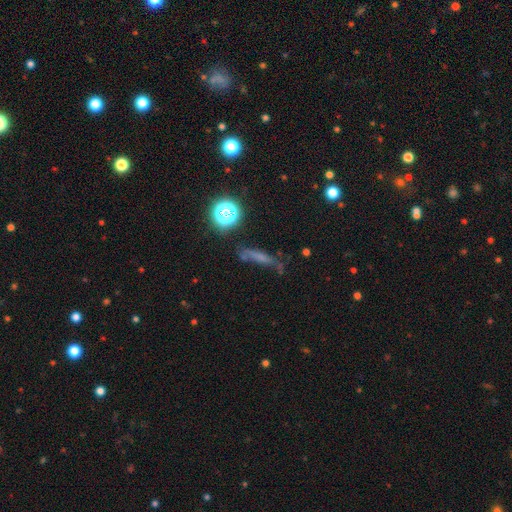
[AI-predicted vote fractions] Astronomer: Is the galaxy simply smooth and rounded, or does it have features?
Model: smooth — 45% (runner-up: star or artifact, 29%).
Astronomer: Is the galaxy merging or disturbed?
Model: none — 57%.